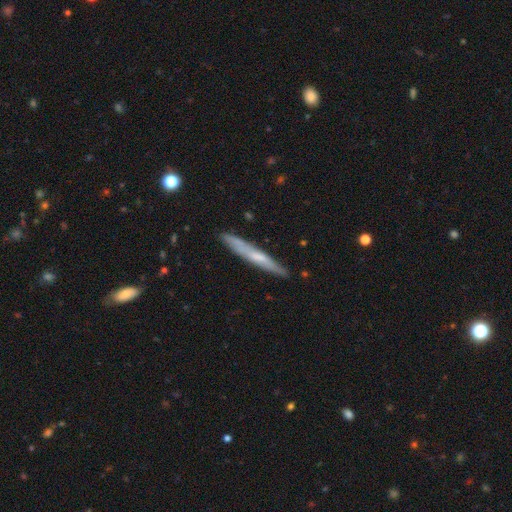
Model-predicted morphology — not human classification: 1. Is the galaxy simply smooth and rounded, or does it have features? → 48% featured or disk, 46% smooth, 6% star or artifact.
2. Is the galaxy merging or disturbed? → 85% none, 11% minor disturbance, 2% major disturbance, 2% merger.